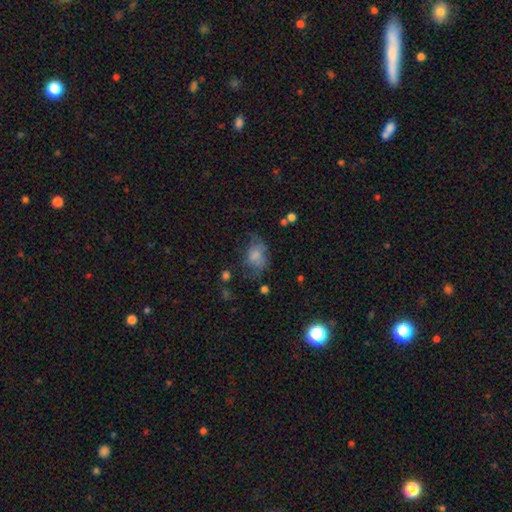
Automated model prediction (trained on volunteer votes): smooth_or_featured: smooth (p=0.64) [alt: featured or disk p=0.25]
how_rounded: in between (p=0.71) [alt: round p=0.27]
merging: none (p=0.38) [alt: major disturbance p=0.31]